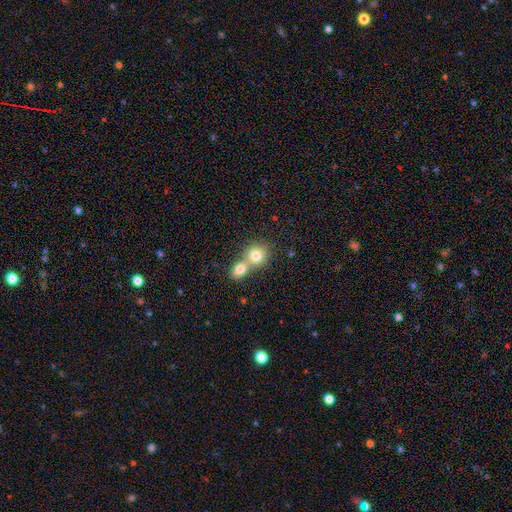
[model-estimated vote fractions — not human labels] The model was most divided on "merging": merger: 61%, none: 31%, minor disturbance: 6%, major disturbance: 2%. More confident: smooth or featured — smooth (78%); how rounded — round (76%).